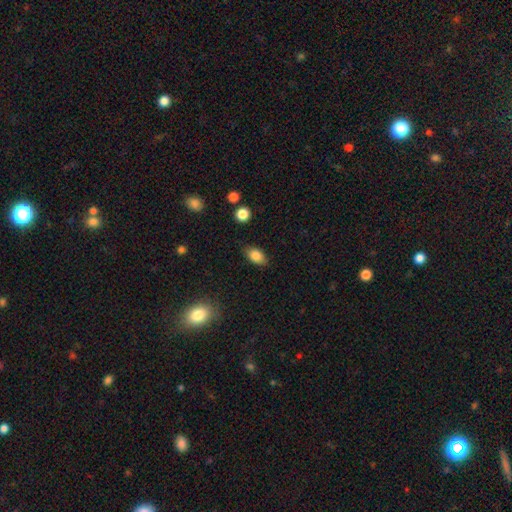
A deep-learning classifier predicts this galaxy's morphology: Overall: smooth (84%). How rounded: in between (88%). Merging: none (83%).